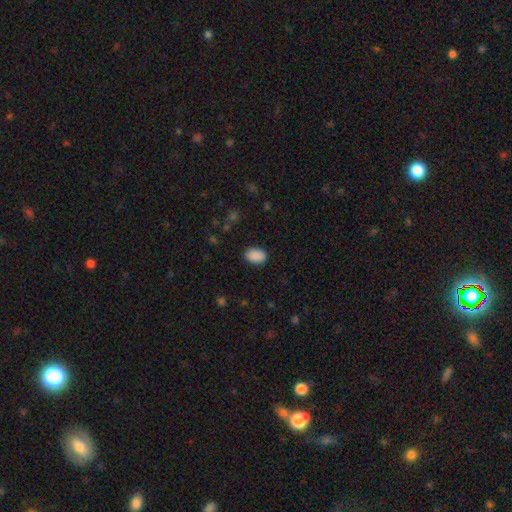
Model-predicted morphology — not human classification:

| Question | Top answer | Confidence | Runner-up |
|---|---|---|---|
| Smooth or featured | smooth | 90% | star or artifact (7%) |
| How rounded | in between | 90% | round (9%) |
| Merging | none | 87% | minor disturbance (9%) |